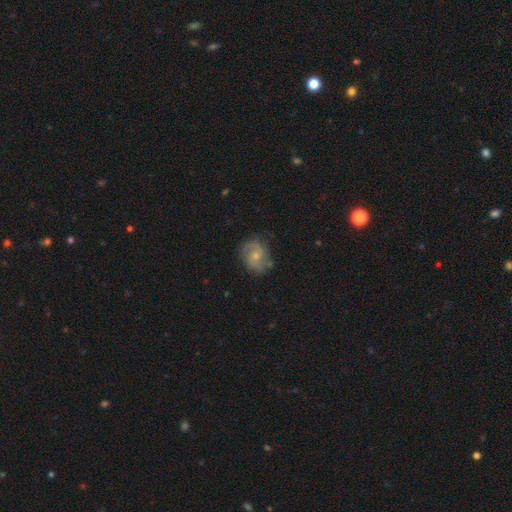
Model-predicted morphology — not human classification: smooth_or_featured: featured or disk (p=0.71) [alt: smooth p=0.22]
disk_edge_on: no (p=0.98) [alt: yes p=0.02]
bar: no (p=0.63) [alt: weak p=0.33]
has_spiral_arms: yes (p=0.92) [alt: no p=0.08]
spiral_winding: medium (p=0.49) [alt: tight p=0.29]
spiral_arm_count: 2 (p=0.85) [alt: can't tell p=0.08]
bulge_size: small (p=0.50) [alt: moderate p=0.41]
merging: none (p=0.75) [alt: minor disturbance p=0.18]